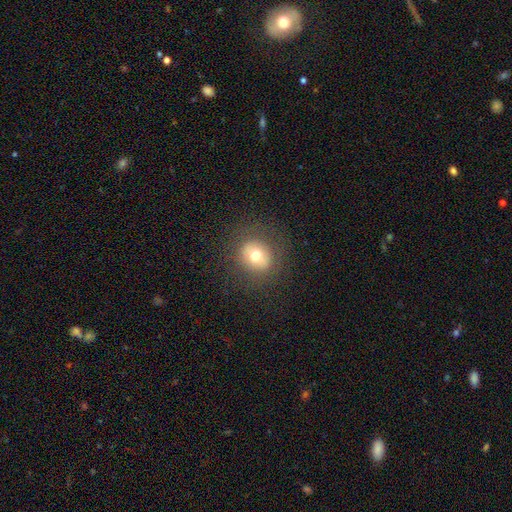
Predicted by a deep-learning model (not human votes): smooth_or_featured: smooth (p=0.68) [alt: featured or disk p=0.19]
how_rounded: round (p=0.80) [alt: in between p=0.19]
merging: none (p=0.84) [alt: minor disturbance p=0.10]